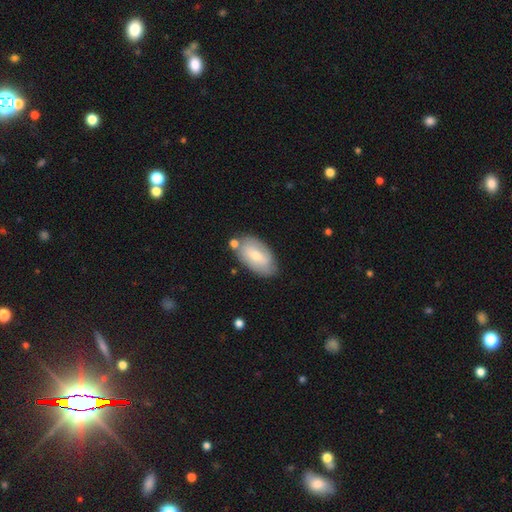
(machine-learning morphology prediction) Q: Smooth or featured?
A: smooth (58%); runner-up: featured or disk (36%)
Q: How rounded?
A: in between (93%); runner-up: round (4%)
Q: Merging?
A: none (71%); runner-up: minor disturbance (16%)